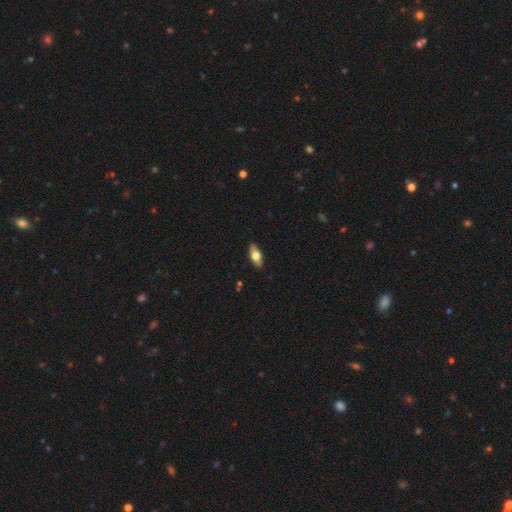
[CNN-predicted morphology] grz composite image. It shows a smooth galaxy with no disk features (65%) that is in between round and cigar-shaped (83%). Merging: none (89%).